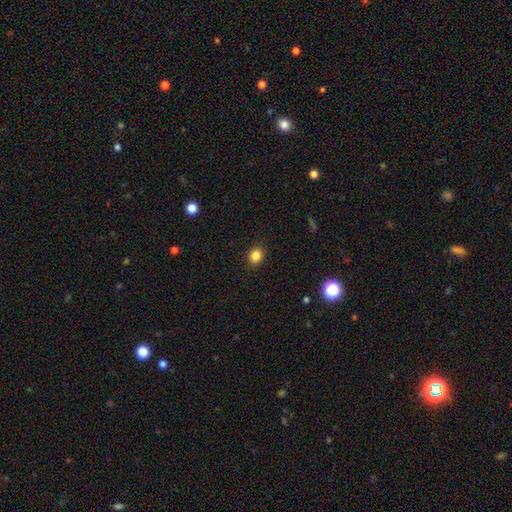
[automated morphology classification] Smooth or featured? Predicted: smooth (p=0.84). How rounded? Predicted: round (p=0.63). Merging? Predicted: none (p=0.90).